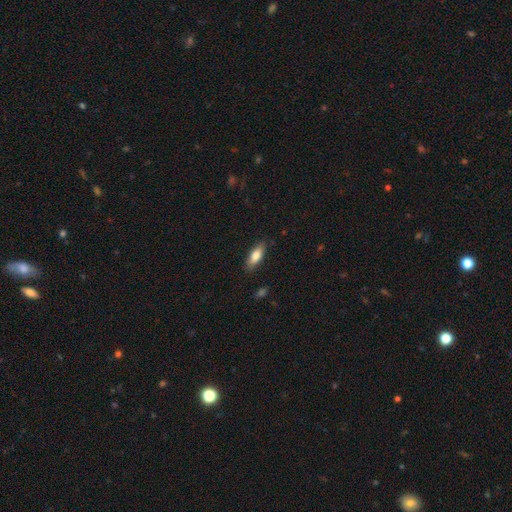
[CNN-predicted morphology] Q: Smooth or featured?
A: smooth (78%); runner-up: featured or disk (16%)
Q: How rounded?
A: in between (66%); runner-up: cigar-shaped (31%)
Q: Merging?
A: none (84%); runner-up: minor disturbance (12%)